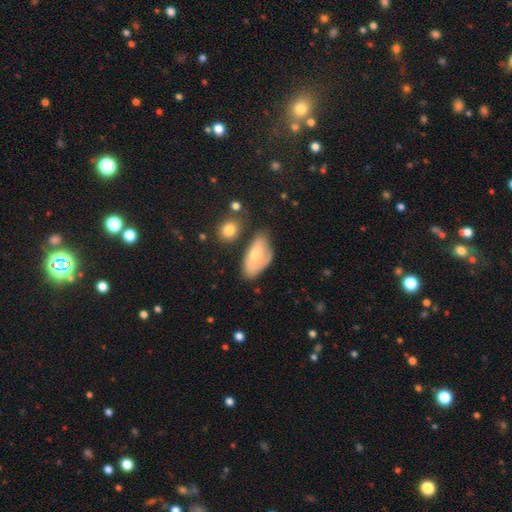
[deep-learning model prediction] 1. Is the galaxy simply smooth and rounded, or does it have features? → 60% smooth, 33% featured or disk, 7% star or artifact.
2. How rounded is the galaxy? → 92% in between, 4% round, 4% cigar-shaped.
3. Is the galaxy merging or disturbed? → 44% none, 33% minor disturbance, 14% major disturbance, 9% merger.